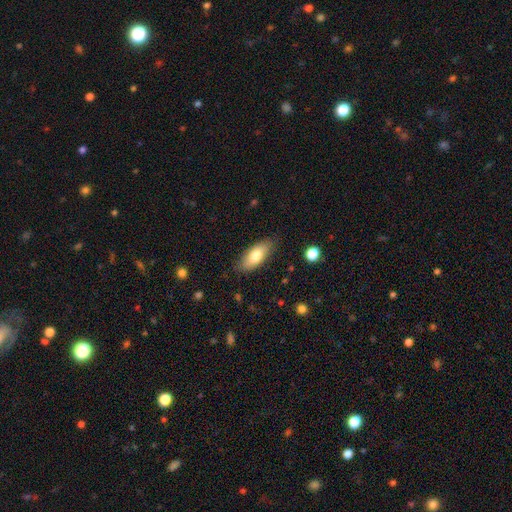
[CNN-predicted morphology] The model was most divided on "smooth or featured": smooth: 75%, featured or disk: 18%, star or artifact: 6%. More confident: merging — none (82%); how rounded — in between (80%).